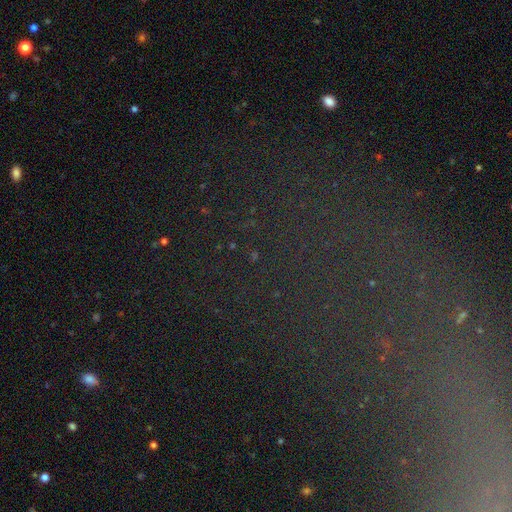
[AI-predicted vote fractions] Smooth or featured: star or artifact — 72% (smooth — 14%)